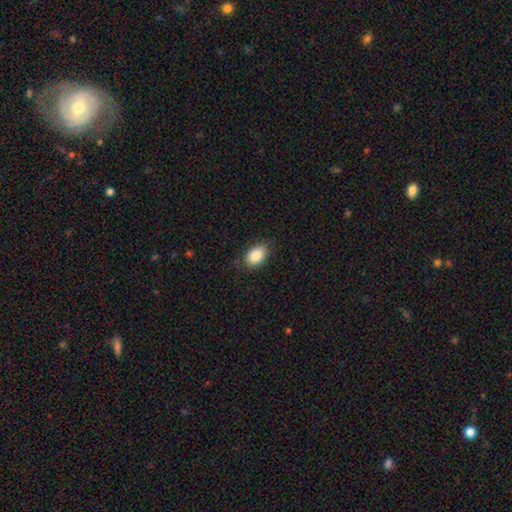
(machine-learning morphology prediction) smooth 87%, star or artifact 7%, featured or disk 6%. Down the decision tree: how rounded — in between (87%); merging — none (80%).